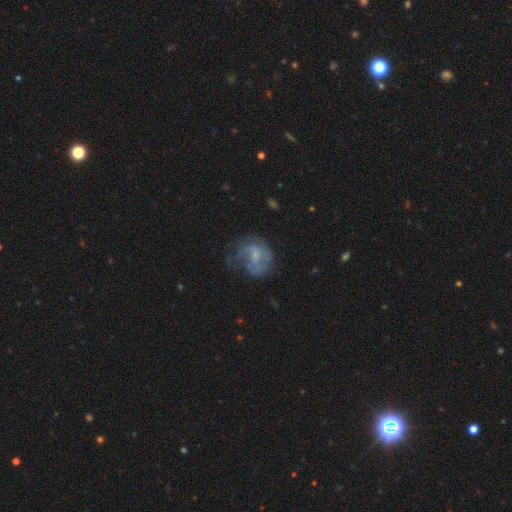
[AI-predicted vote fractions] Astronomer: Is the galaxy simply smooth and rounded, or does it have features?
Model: featured or disk — 60%.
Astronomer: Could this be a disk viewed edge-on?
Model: no — 98%.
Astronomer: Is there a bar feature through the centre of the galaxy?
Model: no — 53% (runner-up: weak, 40%).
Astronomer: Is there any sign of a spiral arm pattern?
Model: yes — 65%.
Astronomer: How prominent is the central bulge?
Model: small — 42% (runner-up: moderate, 30%).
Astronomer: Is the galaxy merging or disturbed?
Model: none — 41% (runner-up: major disturbance, 31%).